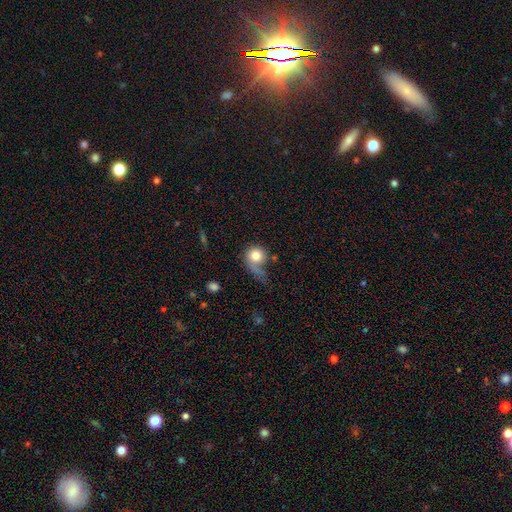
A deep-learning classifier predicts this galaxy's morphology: type=smooth (75%); roundness=round (85%); merging=major disturbance (37%).